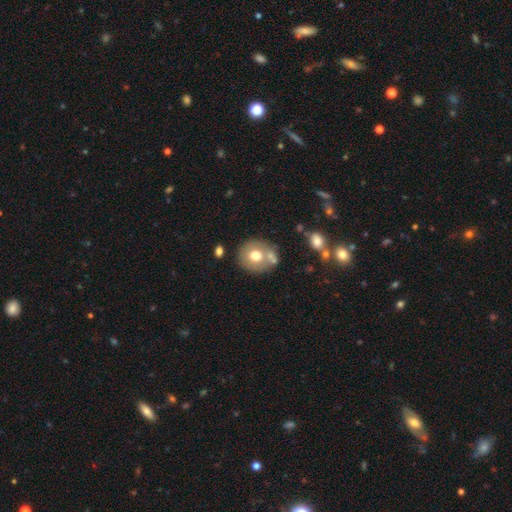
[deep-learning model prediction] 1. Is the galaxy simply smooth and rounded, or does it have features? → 68% smooth, 23% featured or disk, 9% star or artifact.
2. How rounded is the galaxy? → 86% round, 13% in between, 1% cigar-shaped.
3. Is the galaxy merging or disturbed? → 66% none, 18% merger, 12% minor disturbance, 4% major disturbance.